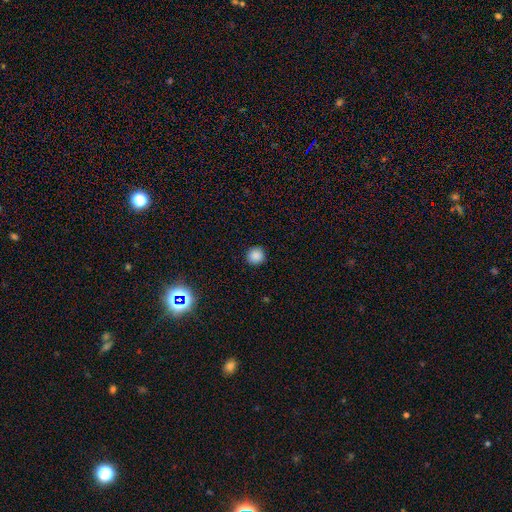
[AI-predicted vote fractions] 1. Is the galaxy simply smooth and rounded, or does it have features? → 87% smooth, 11% star or artifact, 3% featured or disk.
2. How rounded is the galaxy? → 95% round, 4% in between, 1% cigar-shaped.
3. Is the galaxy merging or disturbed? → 92% none, 5% minor disturbance, 2% major disturbance, 1% merger.